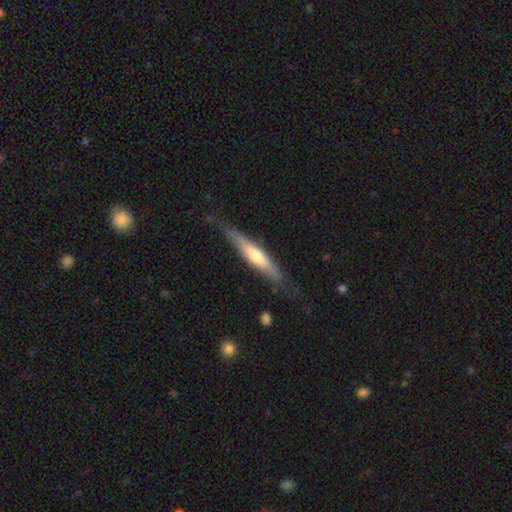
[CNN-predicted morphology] Smooth or featured: featured or disk — 50% (smooth — 45%)
Merging: none — 72% (minor disturbance — 21%)